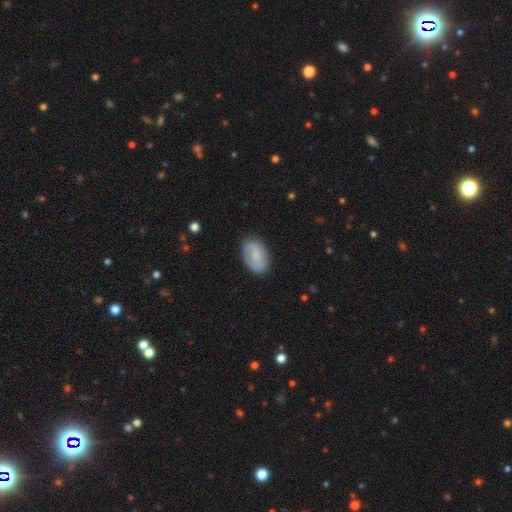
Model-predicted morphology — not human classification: Smooth or featured? Predicted: smooth (p=0.71). How rounded? Predicted: in between (p=0.90). Merging? Predicted: none (p=0.78).